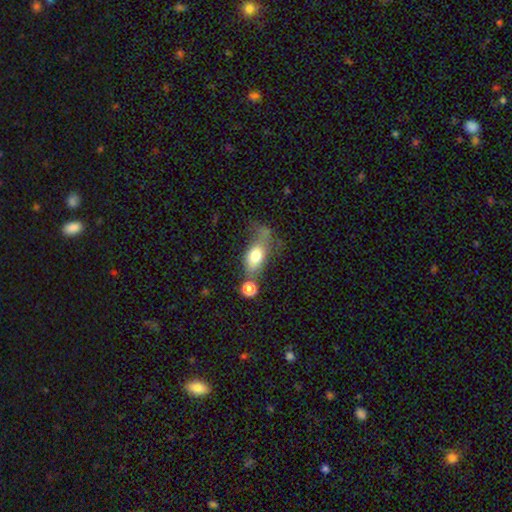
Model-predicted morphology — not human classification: The model was most divided on "merging": none: 31%, major disturbance: 25%, minor disturbance: 24%, merger: 19%. More confident: how rounded — in between (81%); smooth or featured — smooth (69%).